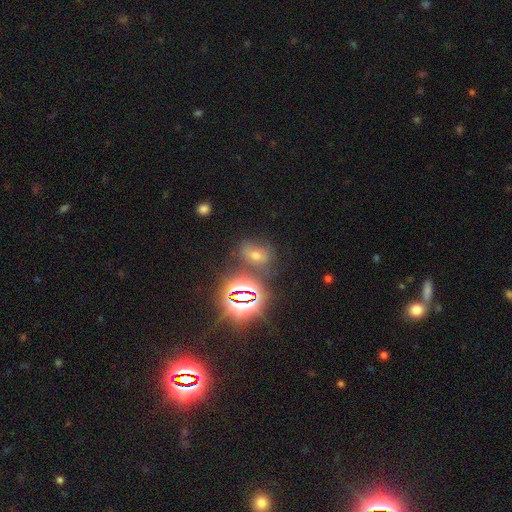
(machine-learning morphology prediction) Smooth or featured? Predicted: star or artifact (p=0.47).